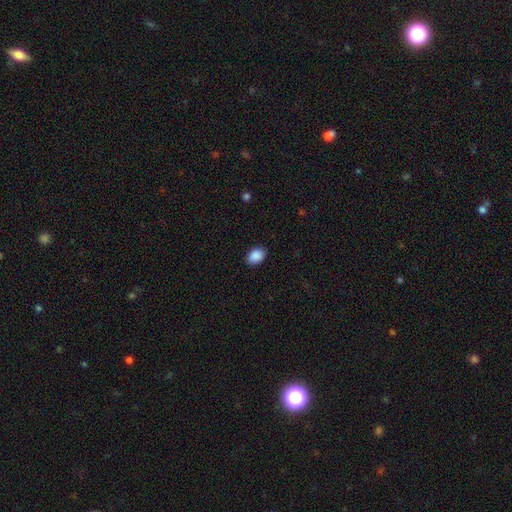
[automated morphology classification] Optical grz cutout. It shows a smooth galaxy with no disk features (90%) that is in between round and cigar-shaped (83%). Merging: none (88%).